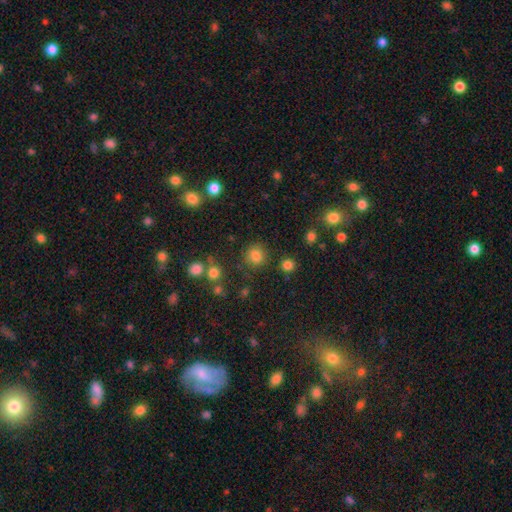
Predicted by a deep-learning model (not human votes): smooth 81%, star or artifact 14%, featured or disk 5%. Down the decision tree: how rounded — round (87%); merging — none (83%).